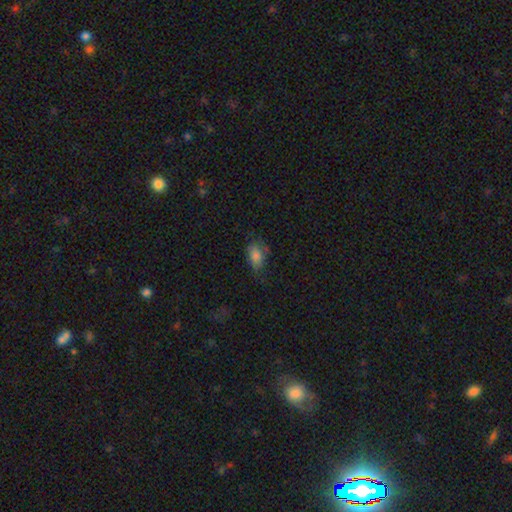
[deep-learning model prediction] The model was most divided on "merging": none: 55%, minor disturbance: 29%, major disturbance: 14%, merger: 2%. More confident: how rounded — in between (87%); smooth or featured — smooth (79%).